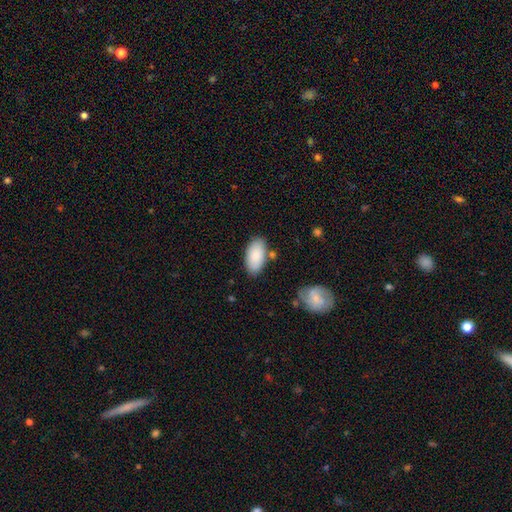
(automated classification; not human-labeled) smooth_or_featured: smooth (p=0.87) [alt: featured or disk p=0.07]
how_rounded: in between (p=0.95) [alt: cigar-shaped p=0.03]
merging: none (p=0.78) [alt: minor disturbance p=0.14]